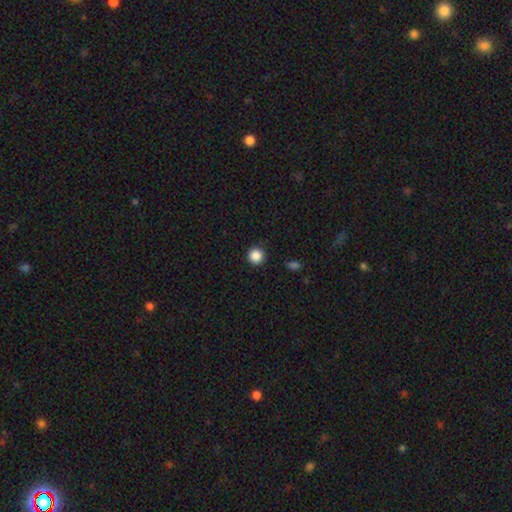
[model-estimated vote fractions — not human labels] The model was most divided on "smooth or featured": smooth: 87%, star or artifact: 10%, featured or disk: 3%. More confident: how rounded — round (96%); merging — none (91%).